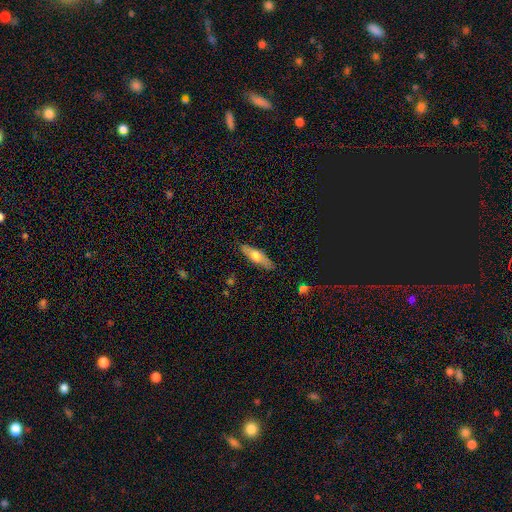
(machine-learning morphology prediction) A smooth galaxy with no disk features (54%) that is cigar-shaped (59%).

Vote fractions:
- Smooth or featured? smooth: 54% / featured or disk: 39% / star or artifact: 6%
- How rounded? cigar-shaped: 59% / in between: 39% / round: 3%
- Merging? none: 87% / minor disturbance: 10% / major disturbance: 2% / merger: 1%